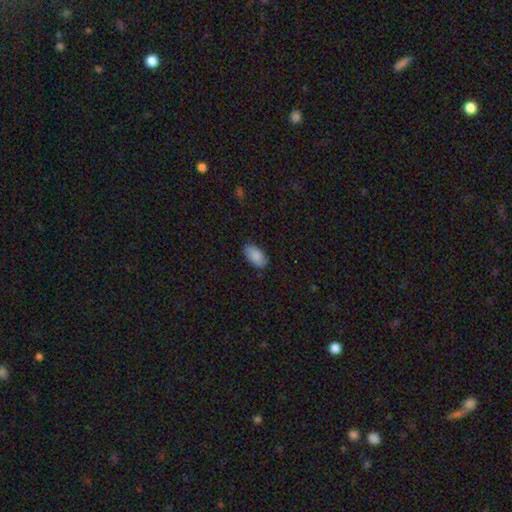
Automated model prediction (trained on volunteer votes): Smooth or featured? Predicted: smooth (p=0.87). How rounded? Predicted: in between (p=0.95). Merging? Predicted: none (p=0.86).